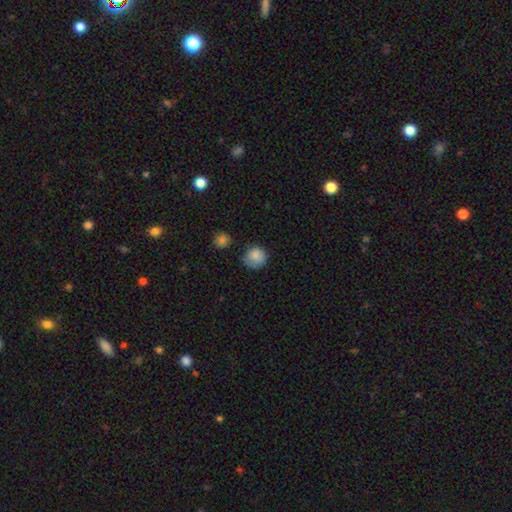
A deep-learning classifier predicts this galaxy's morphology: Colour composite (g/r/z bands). It shows a smooth galaxy with no disk features (84%) that is round (87%). Merging: none (67%).